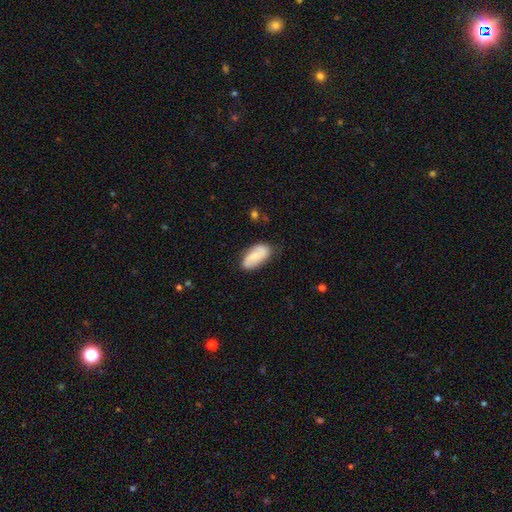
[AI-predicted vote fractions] Morphology: type=smooth (62%); roundness=in between (91%); merging=none (73%).